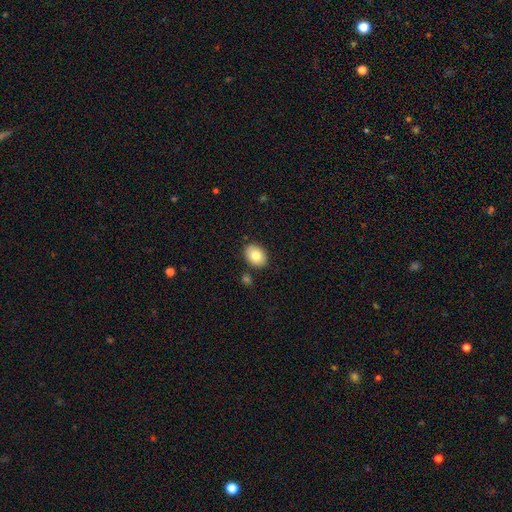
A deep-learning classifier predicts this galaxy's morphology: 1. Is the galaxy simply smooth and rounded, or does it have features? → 80% smooth, 12% featured or disk, 7% star or artifact.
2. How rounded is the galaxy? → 67% in between, 32% round, 1% cigar-shaped.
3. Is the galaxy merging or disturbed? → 86% none, 9% minor disturbance, 3% merger, 2% major disturbance.